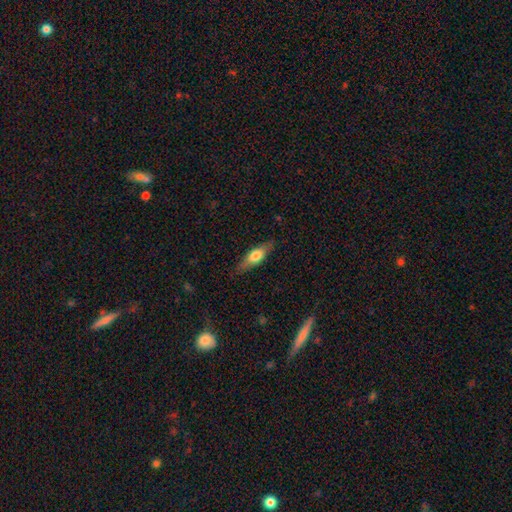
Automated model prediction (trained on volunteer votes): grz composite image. It shows a smooth galaxy with no disk features (60%) that is in between round and cigar-shaped (53%). Merging: none (82%).